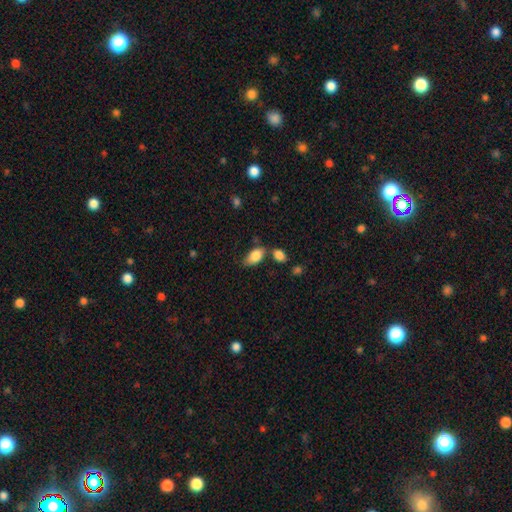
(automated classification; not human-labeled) The model was most divided on "merging": none: 55%, minor disturbance: 21%, merger: 18%, major disturbance: 6%. More confident: how rounded — in between (92%); smooth or featured — smooth (84%).